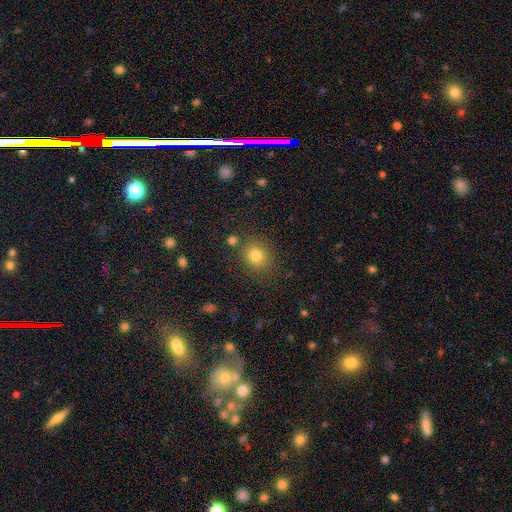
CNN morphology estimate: Smooth or featured: smooth — 80% (star or artifact — 13%)
How rounded: round — 71% (in between — 28%)
Merging: none — 81% (minor disturbance — 10%)